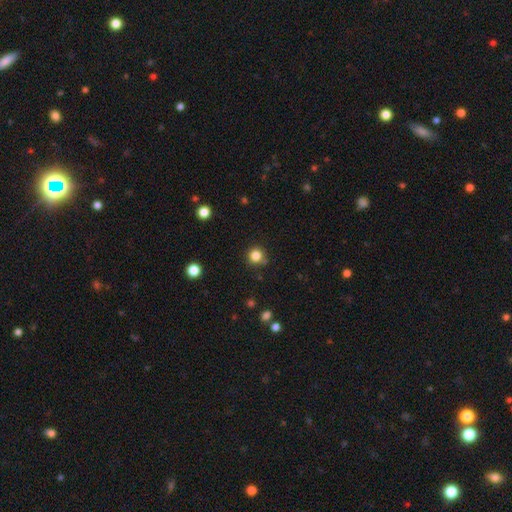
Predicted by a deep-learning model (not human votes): Smooth or featured? Predicted: smooth (p=0.83). How rounded? Predicted: round (p=0.94). Merging? Predicted: none (p=0.85).